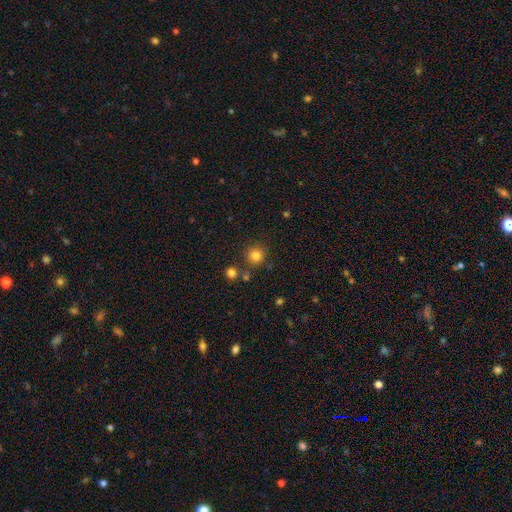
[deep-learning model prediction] smooth-or-featured: smooth: 82% | star or artifact: 13% | featured or disk: 5%
  how-rounded: round: 94% | in between: 5% | cigar-shaped: 1%
  merging: none: 83% | minor disturbance: 7% | merger: 7% | major disturbance: 3%